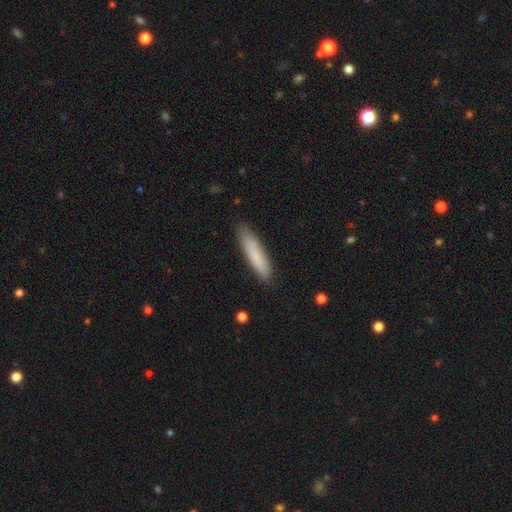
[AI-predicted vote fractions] A smooth galaxy with no disk features (82%) that is cigar-shaped (83%).

Vote fractions:
- Smooth or featured? smooth: 82% / featured or disk: 13% / star or artifact: 6%
- How rounded? cigar-shaped: 83% / in between: 15% / round: 1%
- Merging? none: 84% / minor disturbance: 13% / major disturbance: 2% / merger: 1%